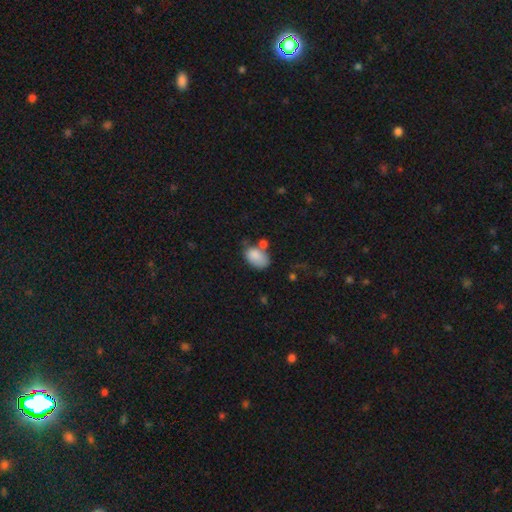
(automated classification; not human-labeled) Morphology: type=smooth (83%); roundness=in between (85%); merging=none (44%).